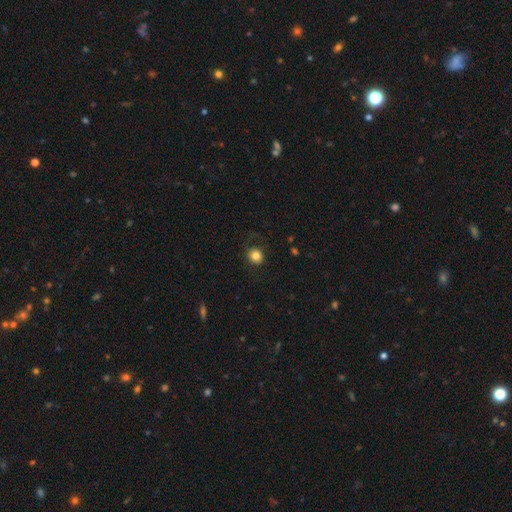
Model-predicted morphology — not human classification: type=smooth (83%); roundness=round (83%); merging=none (83%).